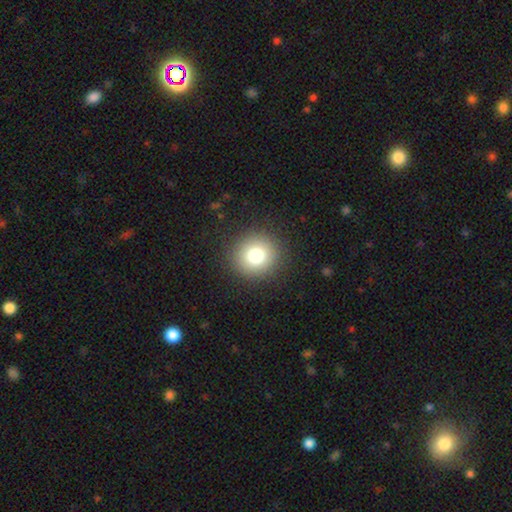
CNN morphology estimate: Smooth or featured: smooth — 78% (star or artifact — 13%)
How rounded: round — 92% (in between — 7%)
Merging: none — 91% (minor disturbance — 6%)